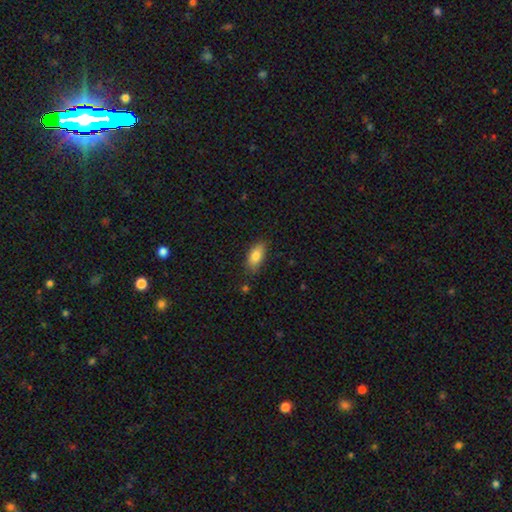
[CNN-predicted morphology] type=smooth (82%); roundness=in between (86%); merging=none (79%).